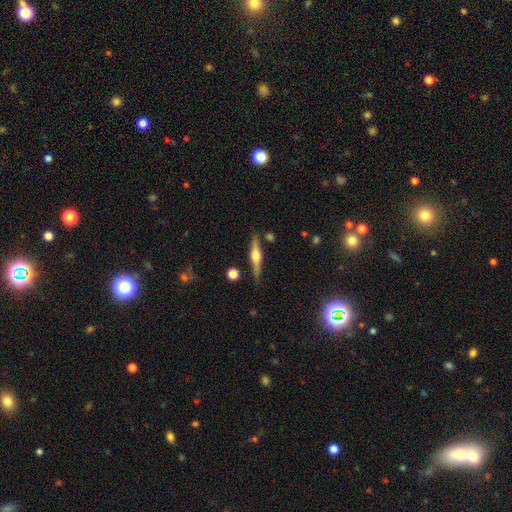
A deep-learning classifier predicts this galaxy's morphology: type=featured or disk (71%); edge-on=yes (97%); edge-on bulge=rounded (93%); merging=none (84%).